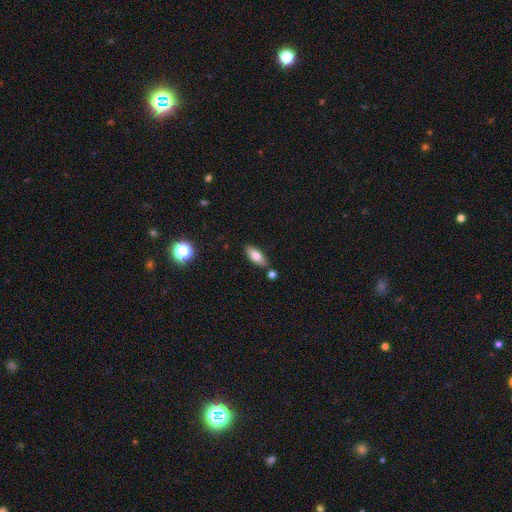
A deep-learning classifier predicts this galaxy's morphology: A smooth galaxy with no disk features (77%) that is in between round and cigar-shaped (79%). Merging: none (80%).